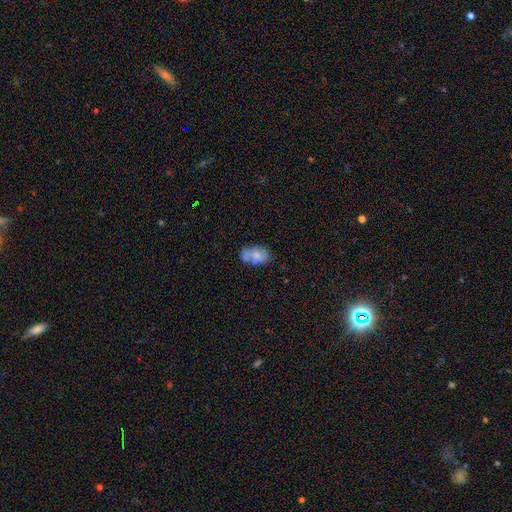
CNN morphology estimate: This is likely a smooth galaxy (64%). How rounded: clearly in between (86%). Merging: marginally none (43%).